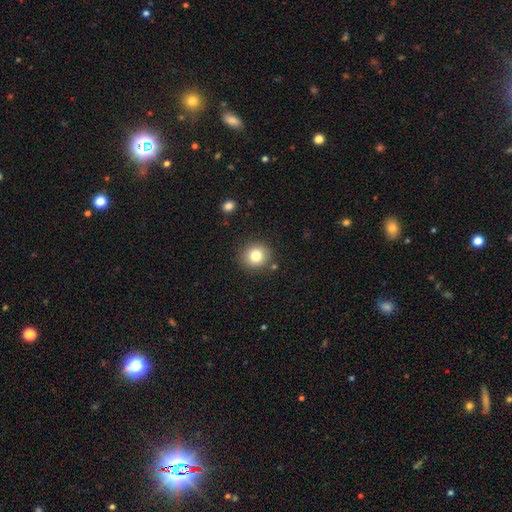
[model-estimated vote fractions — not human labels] This is clearly a smooth galaxy (81%). How rounded: clearly round (88%). Merging: clearly none (87%).